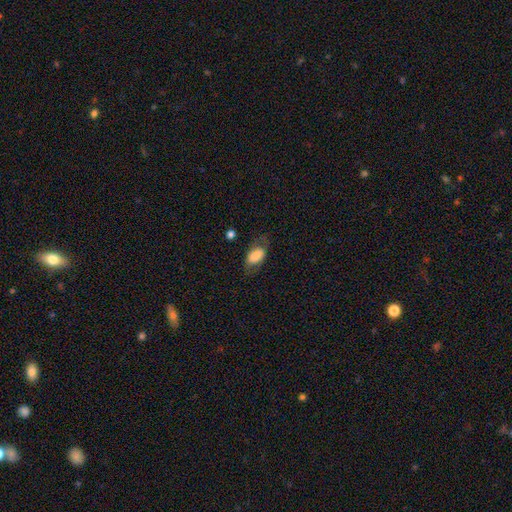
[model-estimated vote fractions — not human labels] The model was most divided on "merging": none: 60%, minor disturbance: 24%, major disturbance: 14%, merger: 2%. More confident: how rounded — in between (91%); smooth or featured — smooth (77%).